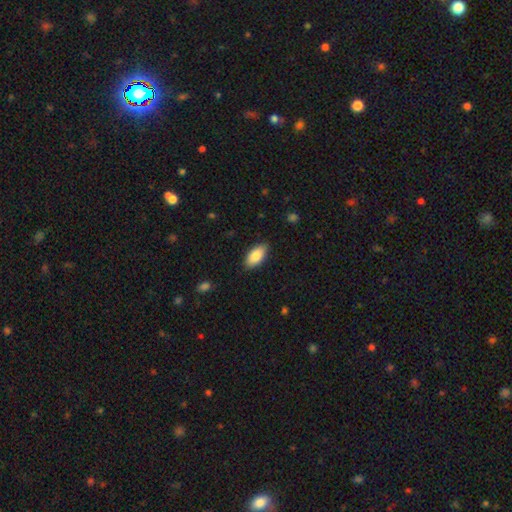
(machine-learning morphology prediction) smooth-or-featured: smooth: 85% | featured or disk: 9% | star or artifact: 6%
  how-rounded: in between: 92% | cigar-shaped: 6% | round: 2%
  merging: none: 86% | minor disturbance: 11% | major disturbance: 2% | merger: 1%